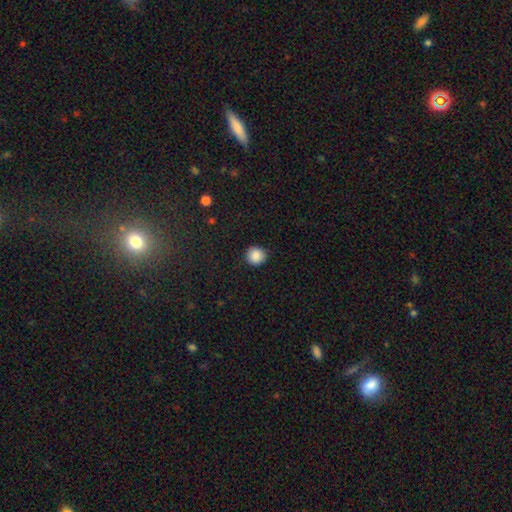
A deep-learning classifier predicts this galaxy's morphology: Overall: smooth (88%). How rounded: round (93%). Merging: none (90%).